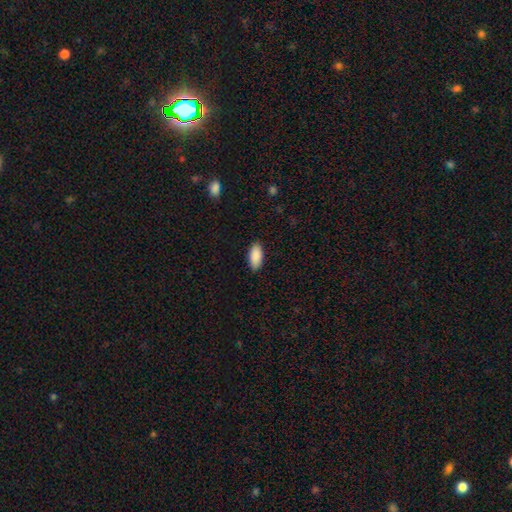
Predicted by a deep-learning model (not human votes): Smooth or featured? Predicted: smooth (p=0.90). How rounded? Predicted: in between (p=0.92). Merging? Predicted: none (p=0.88).